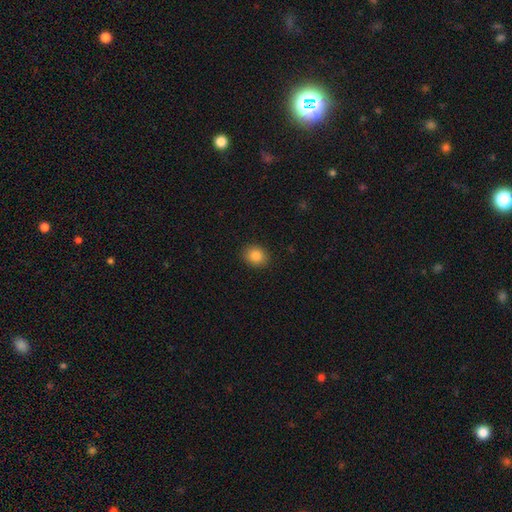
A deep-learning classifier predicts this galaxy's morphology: type=smooth (85%); roundness=round (62%); merging=none (90%).